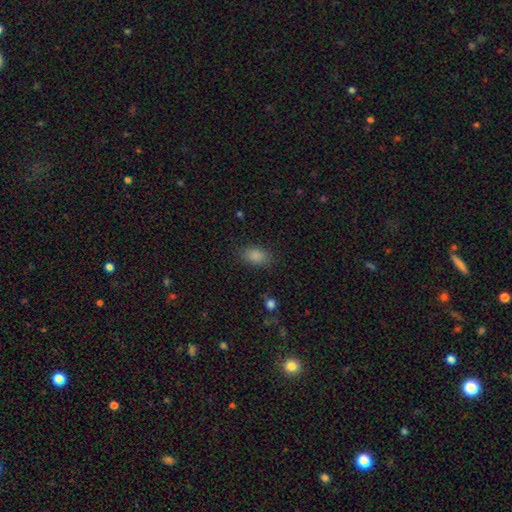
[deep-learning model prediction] smooth_or_featured: smooth (p=0.87) [alt: star or artifact p=0.09]
how_rounded: in between (p=0.88) [alt: round p=0.11]
merging: none (p=0.84) [alt: minor disturbance p=0.11]